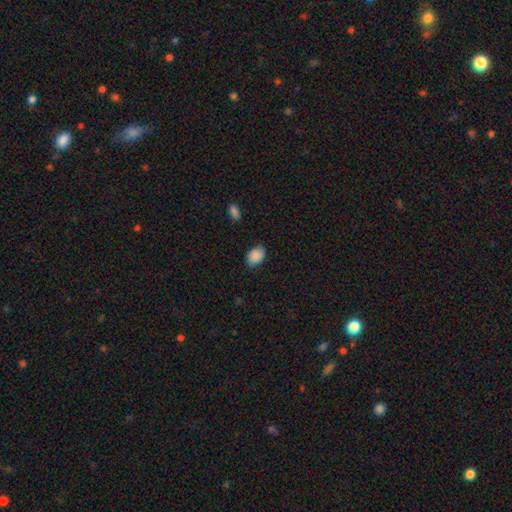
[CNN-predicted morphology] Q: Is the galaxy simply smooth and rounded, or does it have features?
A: smooth — 86%.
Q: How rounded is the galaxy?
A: in between — 77%.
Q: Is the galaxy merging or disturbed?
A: none — 78%.